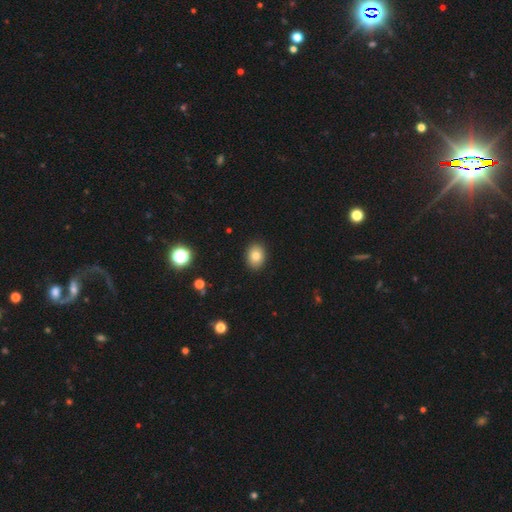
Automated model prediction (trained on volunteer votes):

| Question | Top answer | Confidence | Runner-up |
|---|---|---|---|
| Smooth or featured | smooth | 82% | star or artifact (10%) |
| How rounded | in between | 60% | round (39%) |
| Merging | none | 90% | minor disturbance (7%) |